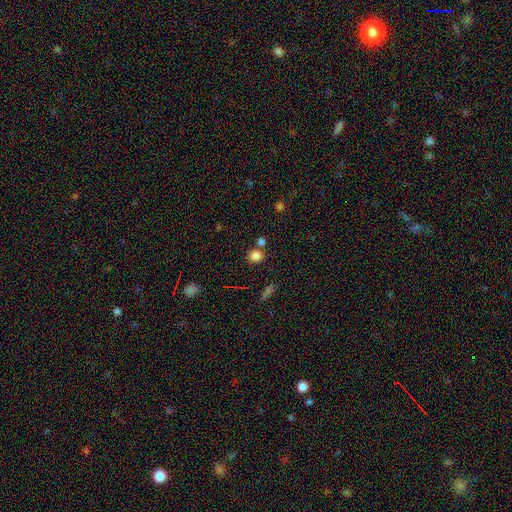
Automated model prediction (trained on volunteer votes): Smooth or featured? smooth (80%)
How rounded? round (76%)
Merging? none (69%)